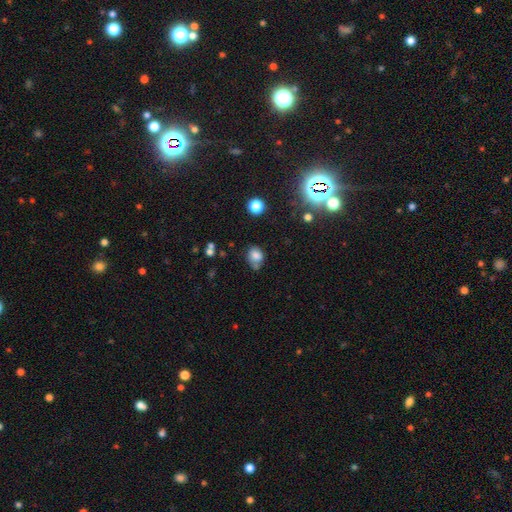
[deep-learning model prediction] A smooth galaxy with no disk features (76%) that is round (51%).

Vote fractions:
- Smooth or featured? smooth: 76% / star or artifact: 14% / featured or disk: 10%
- How rounded? round: 51% / in between: 48% / cigar-shaped: 1%
- Merging? none: 54% / minor disturbance: 25% / merger: 14% / major disturbance: 8%